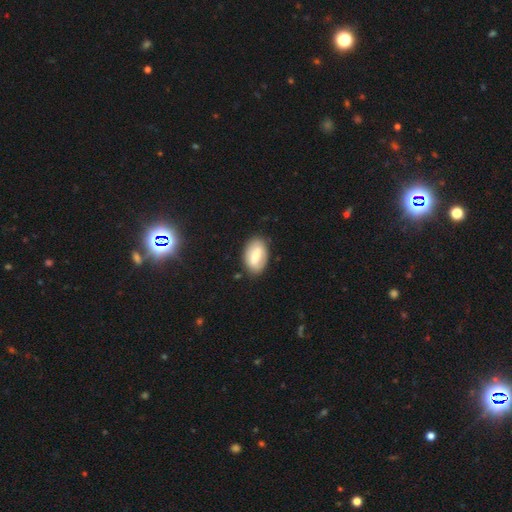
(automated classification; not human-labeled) Smooth or featured? Predicted: smooth (p=0.62). How rounded? Predicted: in between (p=0.92). Merging? Predicted: none (p=0.82).